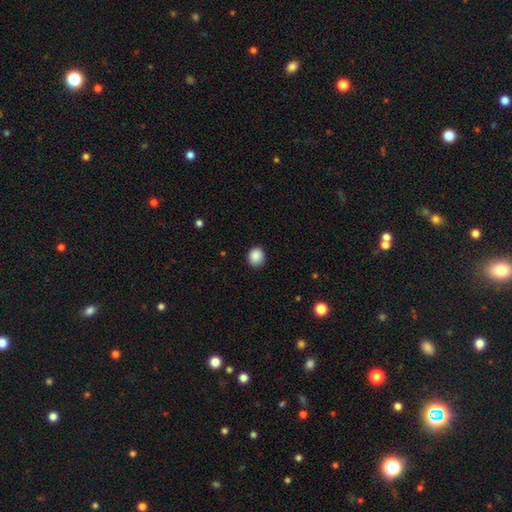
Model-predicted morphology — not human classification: This appears to be a smooth galaxy with no disk features (89%) that is round (79%). Merging: none (88%).